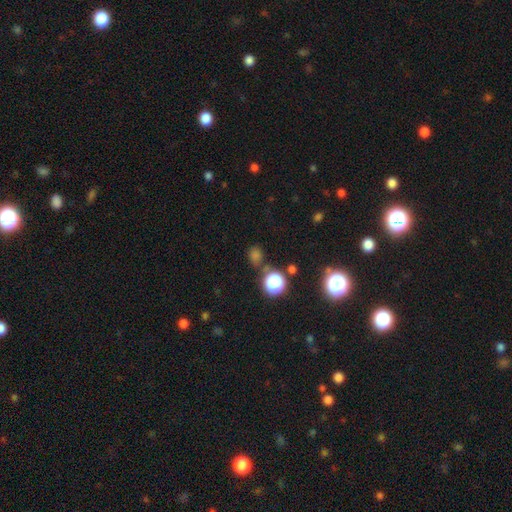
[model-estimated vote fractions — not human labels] Smooth or featured: smooth — 50% (star or artifact — 43%)
How rounded: round — 83% (in between — 16%)
Merging: none — 75% (minor disturbance — 11%)